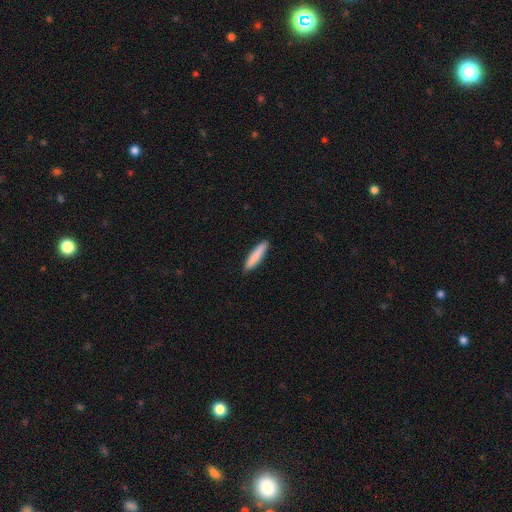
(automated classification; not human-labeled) Overall: smooth (85%). How rounded: cigar-shaped (88%). Merging: none (90%).